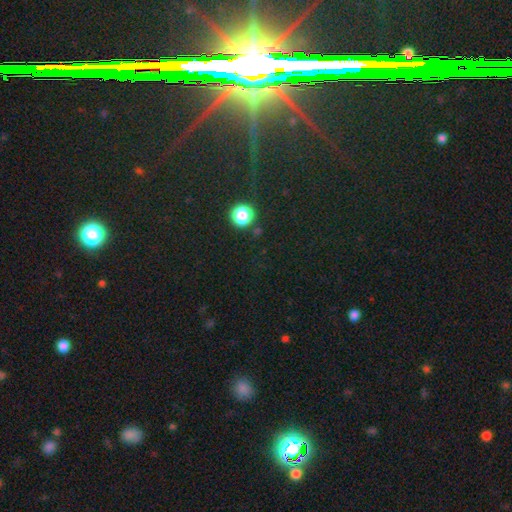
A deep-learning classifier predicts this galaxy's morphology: Smooth or featured?
  - star or artifact: 76% *
  - featured or disk: 13%
  - smooth: 11%